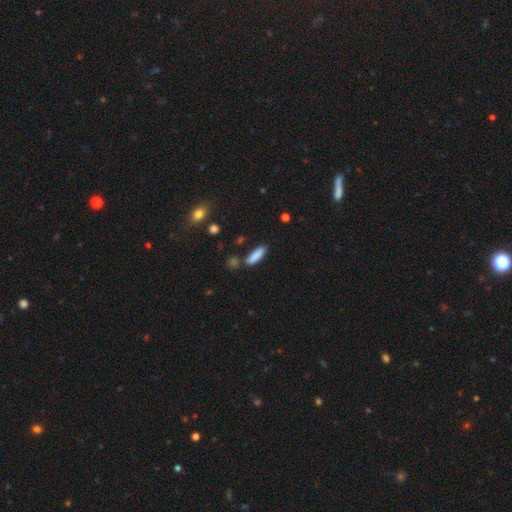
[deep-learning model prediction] Overall: smooth (86%). How rounded: cigar-shaped (69%). Merging: none (76%).